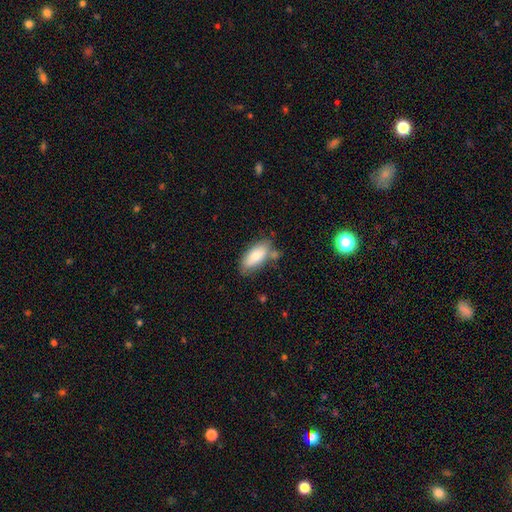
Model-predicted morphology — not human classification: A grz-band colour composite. It shows a smooth galaxy with no disk features (77%) that is in between round and cigar-shaped (87%). Merging: none (65%).